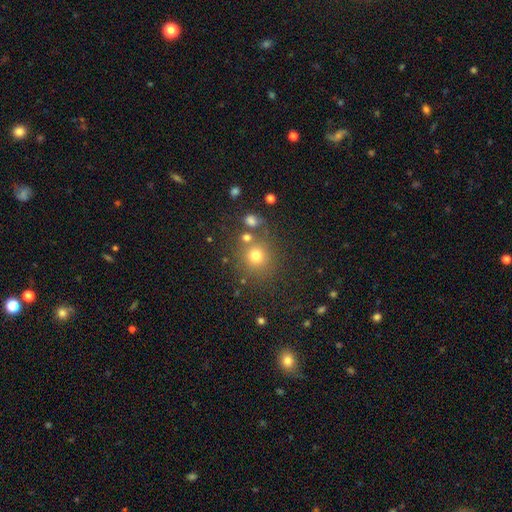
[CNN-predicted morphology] type=smooth (73%); roundness=round (89%); merging=none (73%).